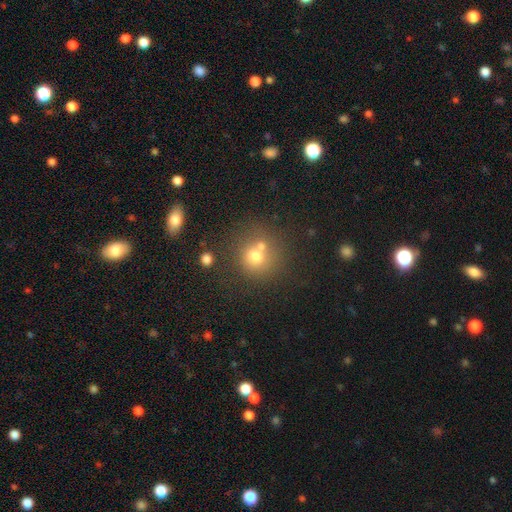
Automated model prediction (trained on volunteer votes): Morphology: type=smooth (68%); roundness=round (86%); merging=none (52%).